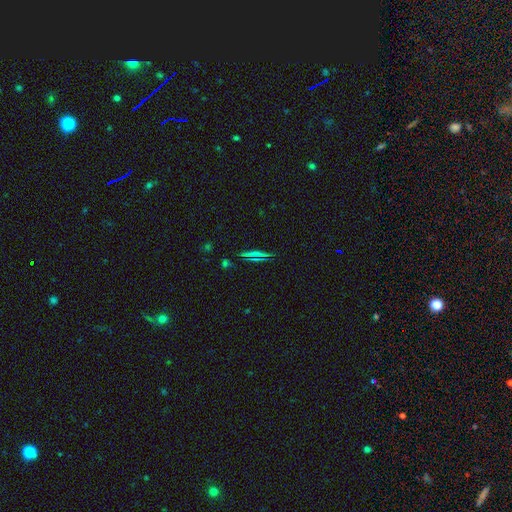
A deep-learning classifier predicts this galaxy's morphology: Q: Smooth or featured?
A: star or artifact (42%); runner-up: smooth (35%)